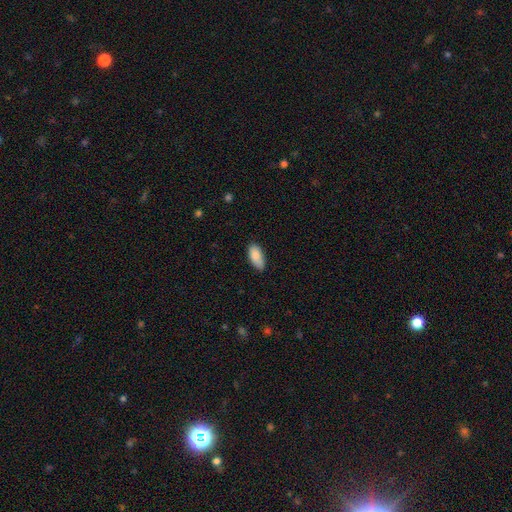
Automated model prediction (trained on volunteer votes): The model was most divided on "merging": none: 77%, minor disturbance: 19%, major disturbance: 3%, merger: 1%. More confident: how rounded — in between (91%); smooth or featured — smooth (87%).